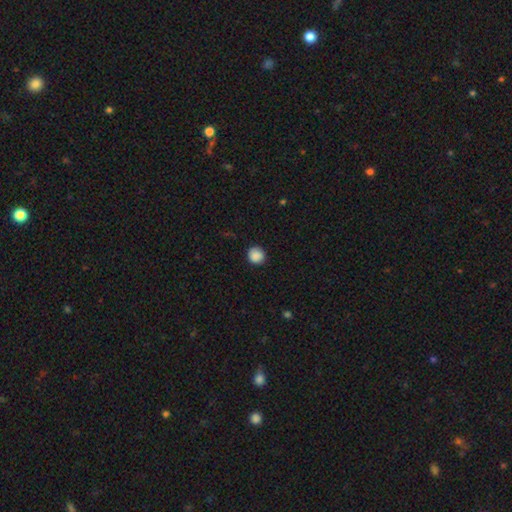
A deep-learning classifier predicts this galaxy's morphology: Overall: smooth (88%). How rounded: round (90%). Merging: none (89%).